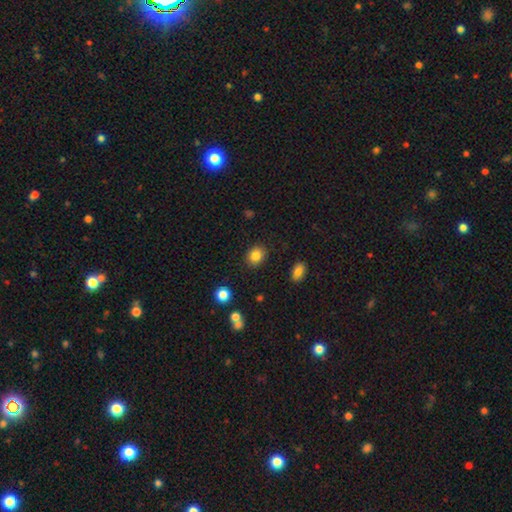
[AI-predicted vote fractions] Overall: smooth (84%). How rounded: round (57%; in between 42%). Merging: none (87%).